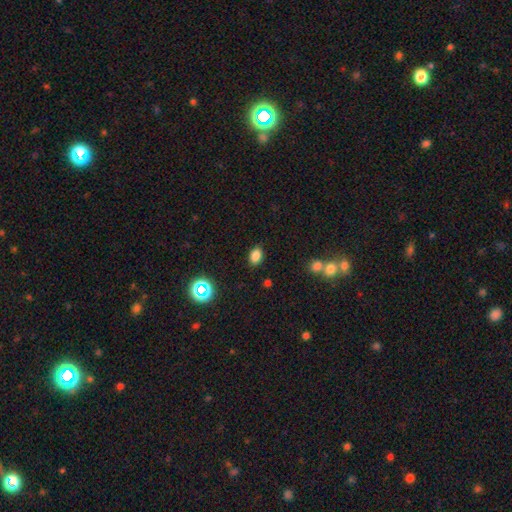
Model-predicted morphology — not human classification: Smooth or featured? Predicted: smooth (p=0.81). How rounded? Predicted: in between (p=0.79). Merging? Predicted: none (p=0.85).